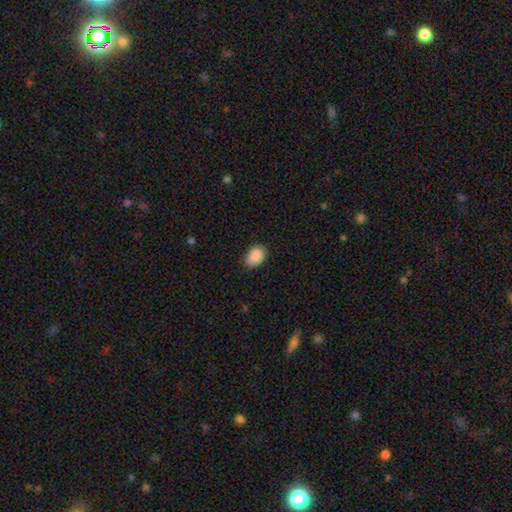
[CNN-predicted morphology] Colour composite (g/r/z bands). It shows a smooth galaxy with no disk features (89%) that is in between round and cigar-shaped (85%). Merging: none (81%).